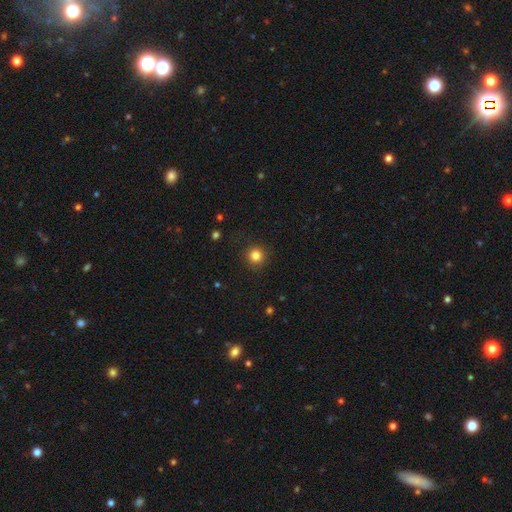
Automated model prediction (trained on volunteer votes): A smooth galaxy with no disk features (83%) that is round (94%). Merging: none (90%).